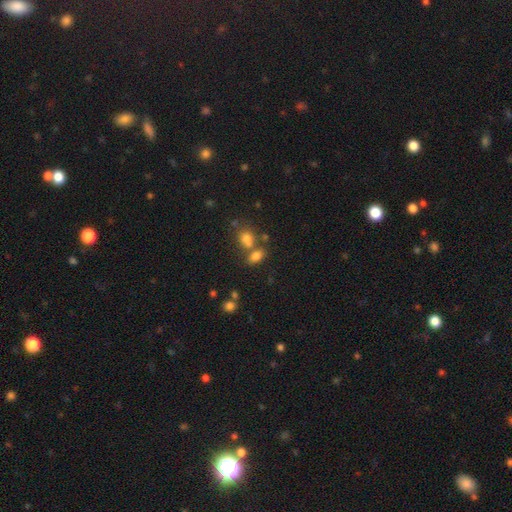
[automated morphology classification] smooth-or-featured: smooth: 77% | star or artifact: 14% | featured or disk: 10%
  how-rounded: in between: 83% | round: 15% | cigar-shaped: 3%
  merging: none: 48% | merger: 35% | minor disturbance: 11% | major disturbance: 5%